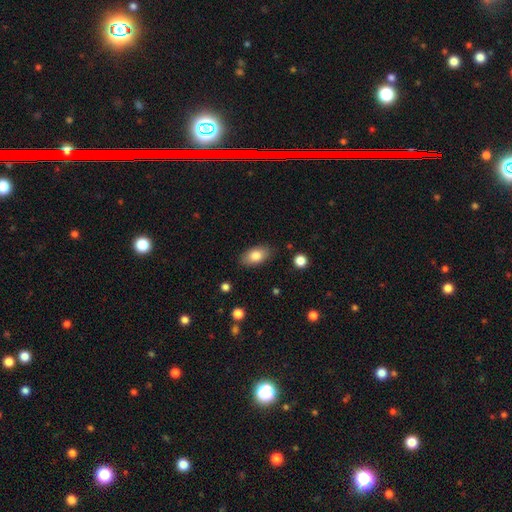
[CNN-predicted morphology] A smooth galaxy with no disk features (81%) that is in between round and cigar-shaped (91%).

Vote fractions:
- Smooth or featured? smooth: 81% / featured or disk: 11% / star or artifact: 7%
- How rounded? in between: 91% / round: 6% / cigar-shaped: 3%
- Merging? none: 85% / minor disturbance: 11% / major disturbance: 3% / merger: 1%